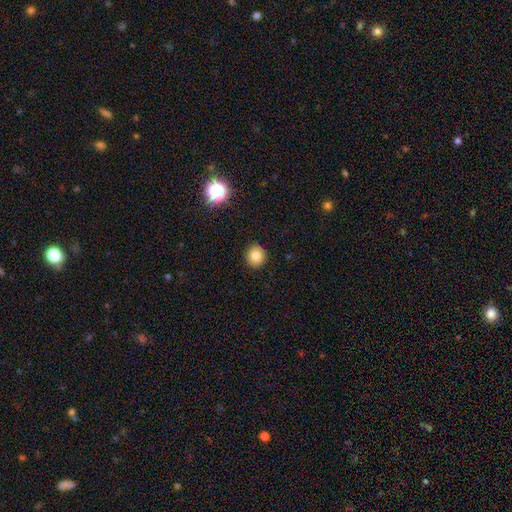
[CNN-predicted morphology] smooth-or-featured: smooth: 81% | star or artifact: 12% | featured or disk: 7%
  how-rounded: round: 88% | in between: 11% | cigar-shaped: 1%
  merging: none: 91% | minor disturbance: 6% | major disturbance: 2% | merger: 1%